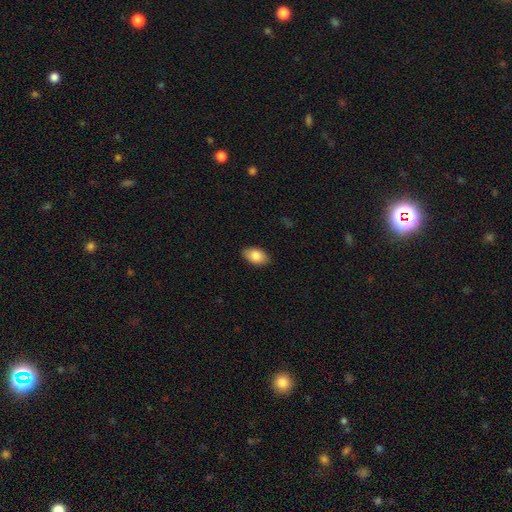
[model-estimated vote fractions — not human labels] This appears to be a smooth galaxy with no disk features (85%) that is in between round and cigar-shaped (93%). Merging: none (88%).